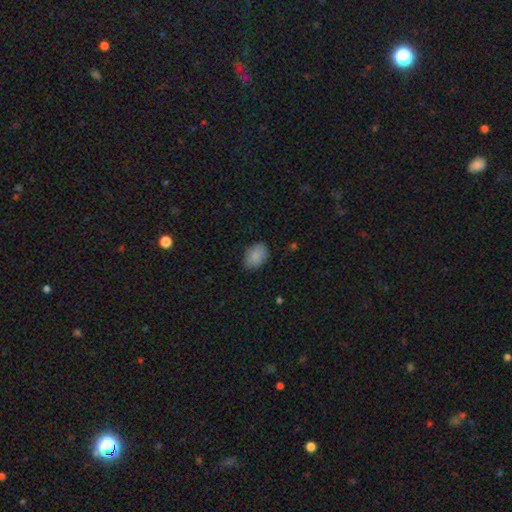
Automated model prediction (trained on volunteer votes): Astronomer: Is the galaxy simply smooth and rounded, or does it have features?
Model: smooth — 88%.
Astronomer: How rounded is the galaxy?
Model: in between — 81%.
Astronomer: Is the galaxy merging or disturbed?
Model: none — 82%.